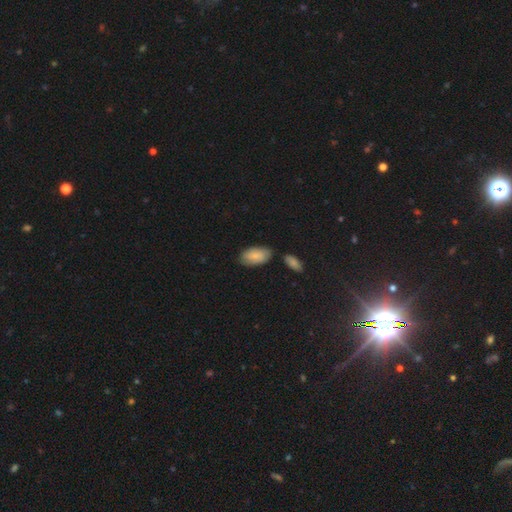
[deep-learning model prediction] Morphology: type=smooth (82%); roundness=in between (94%); merging=none (69%).